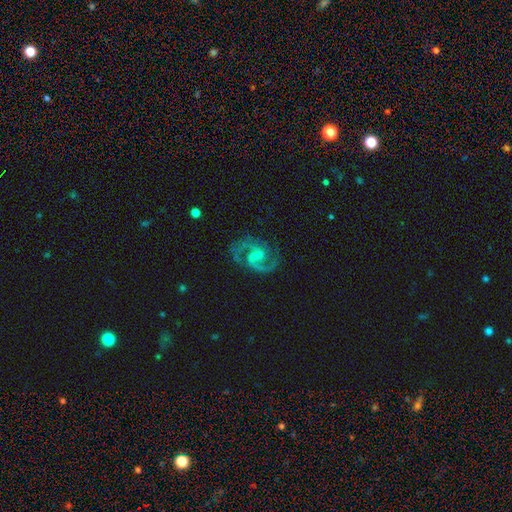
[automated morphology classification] Smooth or featured? featured or disk (92%)
Edge-on disk? no (98%)
Bar? weak (53%)
Spiral arms? yes (98%)
Spiral winding? medium (66%)
Spiral arm count? 2 (92%)
Bulge size? small (55%)
Merging? none (77%)